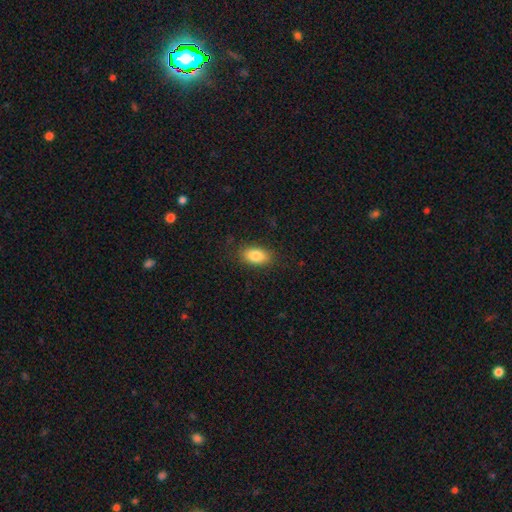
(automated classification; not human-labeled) Smooth or featured?
  - smooth: 84% *
  - featured or disk: 8%
  - star or artifact: 8%
How rounded?
  - in between: 90% *
  - round: 7%
  - cigar-shaped: 3%
Merging?
  - none: 85% *
  - minor disturbance: 11%
  - major disturbance: 3%
  - merger: 1%